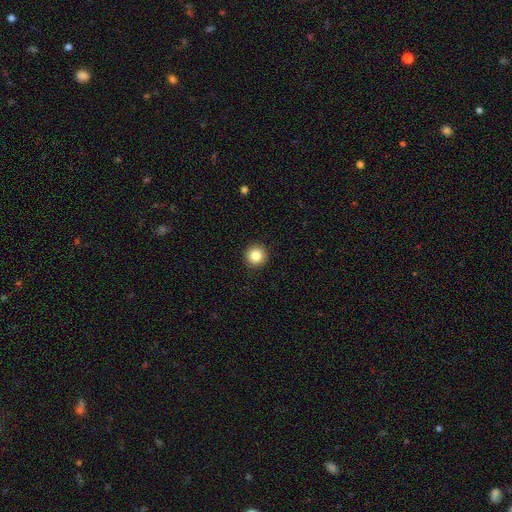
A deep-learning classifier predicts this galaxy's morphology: type=smooth (85%); roundness=round (96%); merging=none (93%).